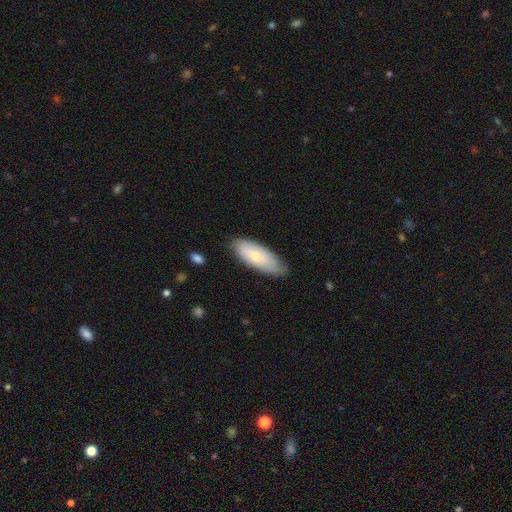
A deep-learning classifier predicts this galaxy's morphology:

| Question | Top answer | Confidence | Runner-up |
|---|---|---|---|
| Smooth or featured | smooth | 63% | featured or disk (31%) |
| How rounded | in between | 76% | cigar-shaped (22%) |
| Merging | none | 72% | minor disturbance (23%) |